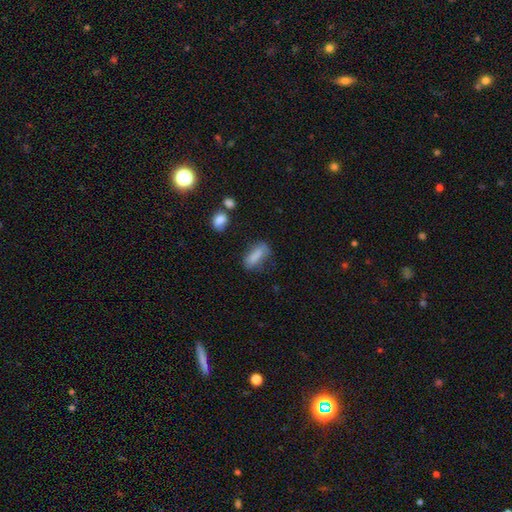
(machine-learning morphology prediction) A smooth galaxy with no disk features (81%) that is in between round and cigar-shaped (70%). Merging: none (58%).